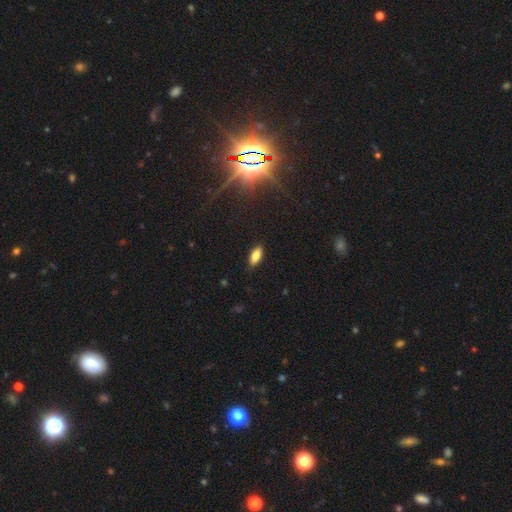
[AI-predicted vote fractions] smooth_or_featured: smooth (p=0.84) [alt: featured or disk p=0.08]
how_rounded: in between (p=0.80) [alt: cigar-shaped p=0.18]
merging: none (p=0.87) [alt: minor disturbance p=0.10]